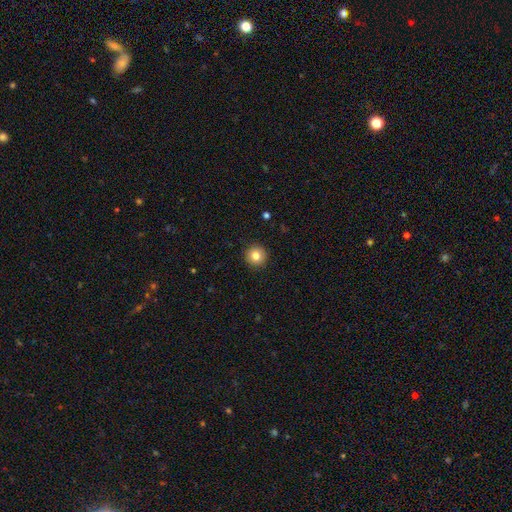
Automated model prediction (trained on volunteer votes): Smooth or featured?
  - smooth: 82% *
  - star or artifact: 10%
  - featured or disk: 8%
How rounded?
  - round: 96% *
  - in between: 3%
  - cigar-shaped: 1%
Merging?
  - none: 93% *
  - minor disturbance: 5%
  - major disturbance: 2%
  - merger: 1%